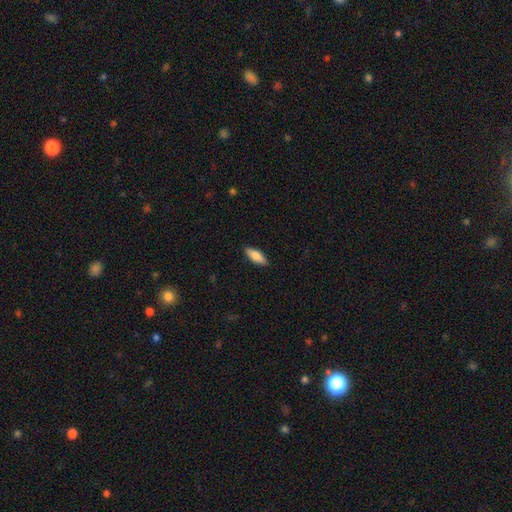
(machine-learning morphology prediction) Q: Smooth or featured?
A: smooth (78%); runner-up: featured or disk (16%)
Q: How rounded?
A: in between (69%); runner-up: cigar-shaped (29%)
Q: Merging?
A: none (88%); runner-up: minor disturbance (9%)